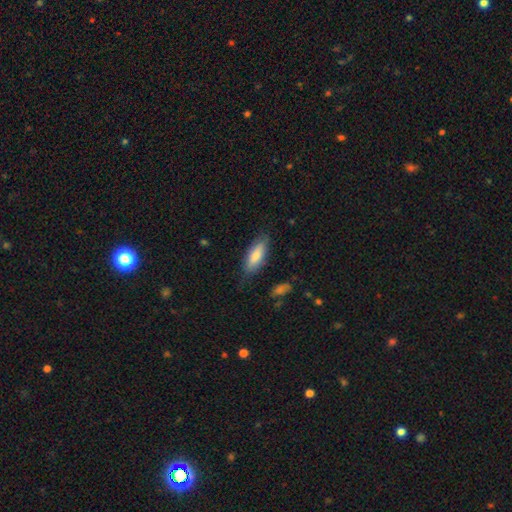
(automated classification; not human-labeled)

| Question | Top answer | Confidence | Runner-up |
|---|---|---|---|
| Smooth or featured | smooth | 80% | featured or disk (15%) |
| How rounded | in between | 63% | cigar-shaped (35%) |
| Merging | none | 76% | minor disturbance (18%) |